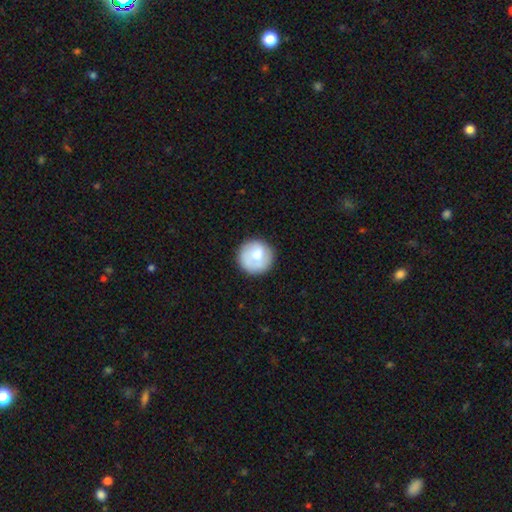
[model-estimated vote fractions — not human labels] Overall: smooth (73%). How rounded: round (94%). Merging: none (80%).